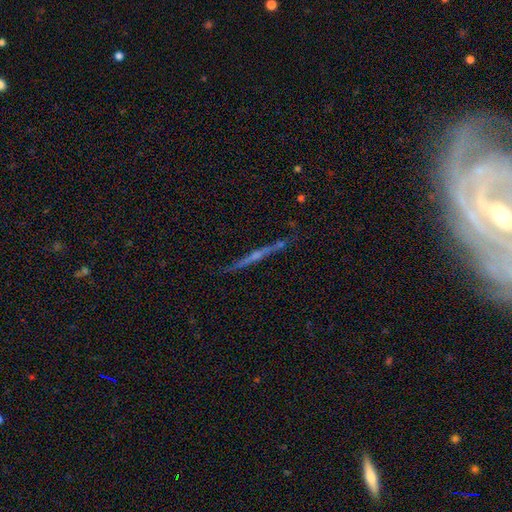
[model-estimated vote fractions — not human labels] Overall: featured or disk (76%). Edge-on disk: yes (97%). Edge-on bulge: rounded (61%; none 30%). Merging: none (85%).